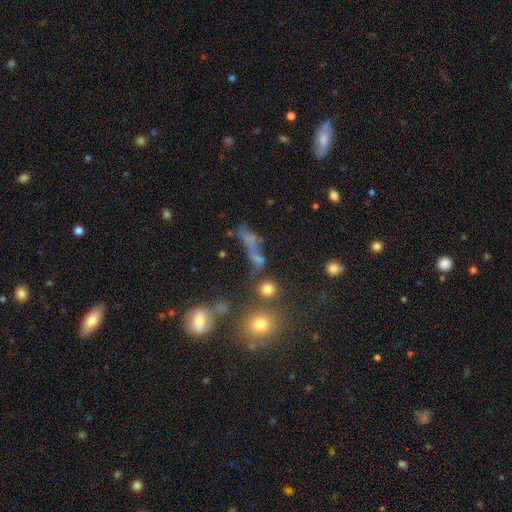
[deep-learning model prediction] This appears to be a smooth galaxy with no disk features (55%) that is cigar-shaped (34%, tied with in between). Merging: none (38%).